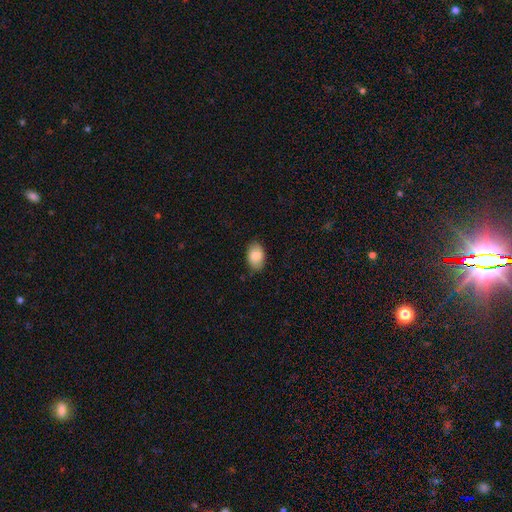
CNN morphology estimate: Q: Smooth or featured?
A: smooth (86%); runner-up: featured or disk (7%)
Q: How rounded?
A: in between (89%); runner-up: round (10%)
Q: Merging?
A: none (82%); runner-up: minor disturbance (14%)